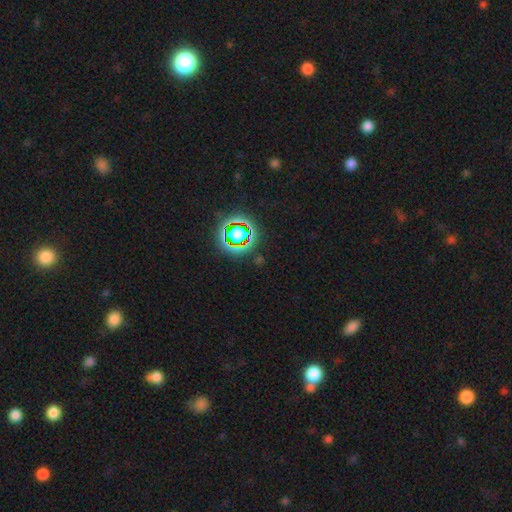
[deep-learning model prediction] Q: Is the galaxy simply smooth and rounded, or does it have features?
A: star or artifact — 72%.